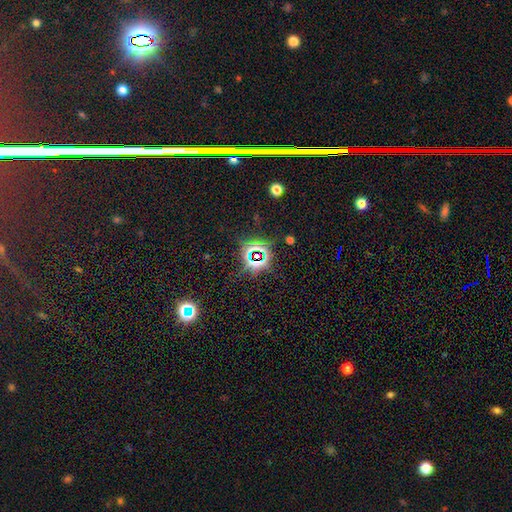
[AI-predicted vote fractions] This appears to be a star or artifact, not a galaxy (79%).